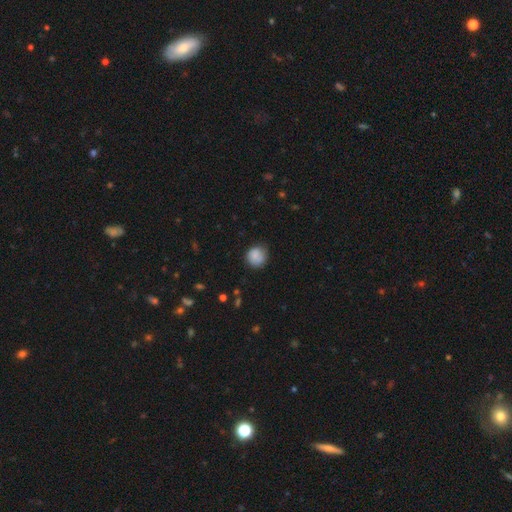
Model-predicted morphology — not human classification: smooth-or-featured: smooth: 79% | featured or disk: 13% | star or artifact: 8%
  how-rounded: round: 85% | in between: 14% | cigar-shaped: 1%
  merging: none: 68% | minor disturbance: 23% | major disturbance: 6% | merger: 2%